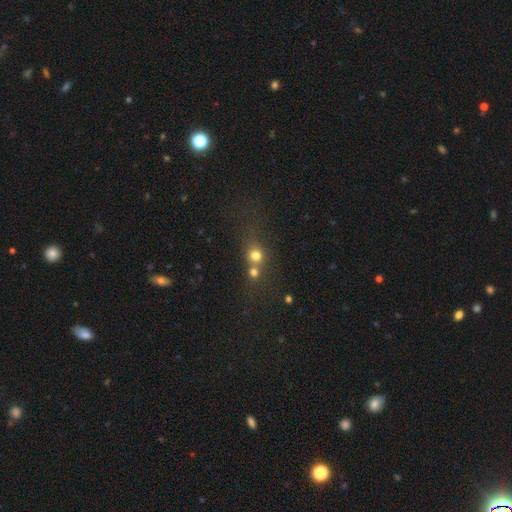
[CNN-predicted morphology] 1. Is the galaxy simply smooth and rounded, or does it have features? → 70% smooth, 18% star or artifact, 12% featured or disk.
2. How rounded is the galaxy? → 81% round, 17% in between, 2% cigar-shaped.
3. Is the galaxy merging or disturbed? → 49% merger, 39% none, 7% minor disturbance, 5% major disturbance.